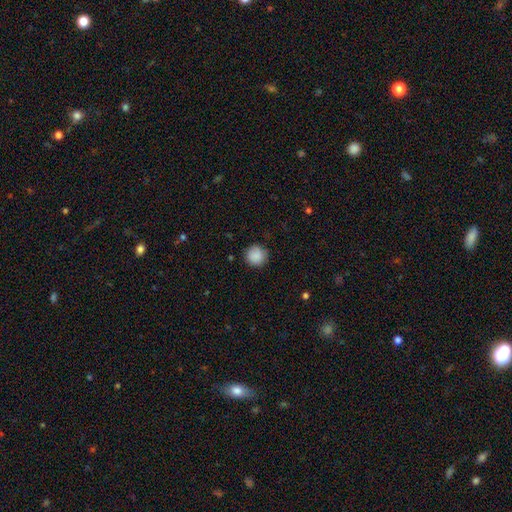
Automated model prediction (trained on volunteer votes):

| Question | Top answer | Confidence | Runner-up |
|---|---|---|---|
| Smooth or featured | smooth | 88% | star or artifact (8%) |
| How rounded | round | 94% | in between (6%) |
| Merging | none | 85% | minor disturbance (11%) |